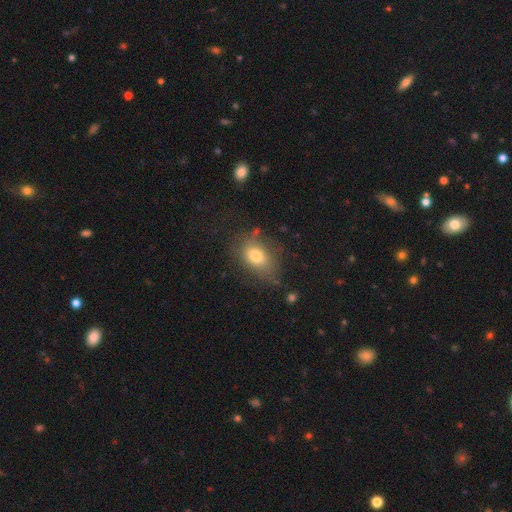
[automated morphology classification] Smooth or featured? smooth (75%)
How rounded? in between (78%)
Merging? none (68%)